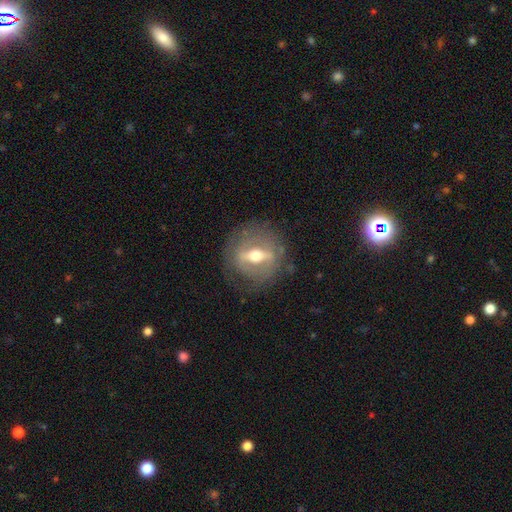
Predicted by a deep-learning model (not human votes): Q: Smooth or featured?
A: featured or disk (77%); runner-up: smooth (16%)
Q: Edge-on disk?
A: no (66%); runner-up: yes (34%)
Q: Bar?
A: strong (71%); runner-up: weak (20%)
Q: Spiral arms?
A: no (69%); runner-up: yes (31%)
Q: Bulge size?
A: moderate (73%); runner-up: small (15%)
Q: Merging?
A: none (79%); runner-up: minor disturbance (13%)